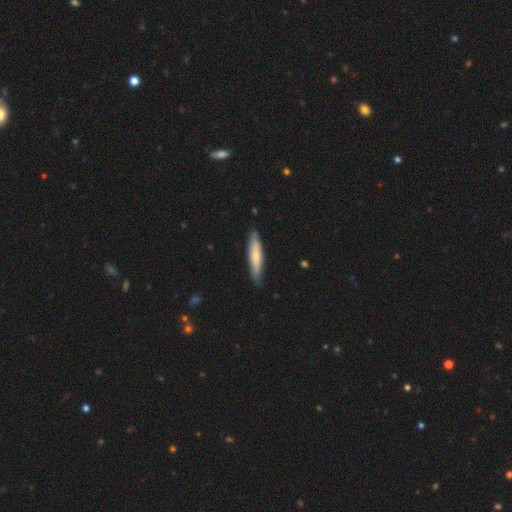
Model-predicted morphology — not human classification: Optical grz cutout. It shows a smooth galaxy with no disk features (62%) that is cigar-shaped (81%). Merging: none (81%).